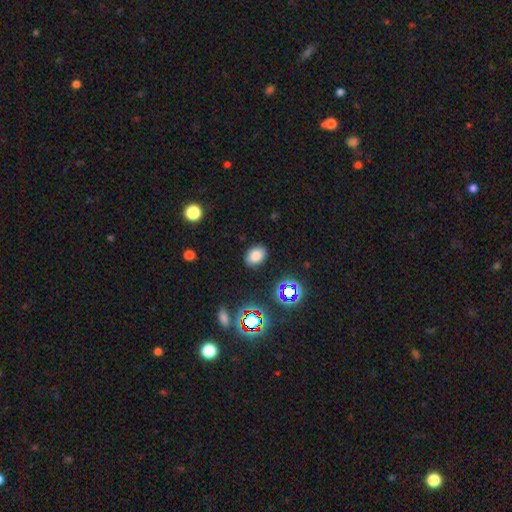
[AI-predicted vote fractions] smooth 78%, star or artifact 16%, featured or disk 7%. Down the decision tree: how rounded — in between (74%); merging — none (86%).